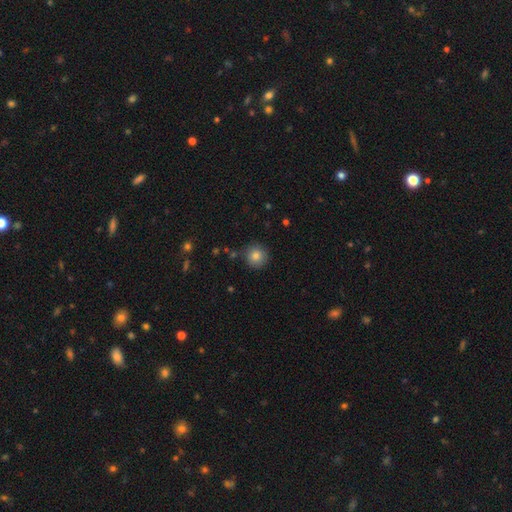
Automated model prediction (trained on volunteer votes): A smooth galaxy with no disk features (82%) that is round (94%).

Vote fractions:
- Smooth or featured? smooth: 82% / star or artifact: 10% / featured or disk: 8%
- How rounded? round: 94% / in between: 5% / cigar-shaped: 1%
- Merging? none: 86% / minor disturbance: 10% / merger: 2% / major disturbance: 2%